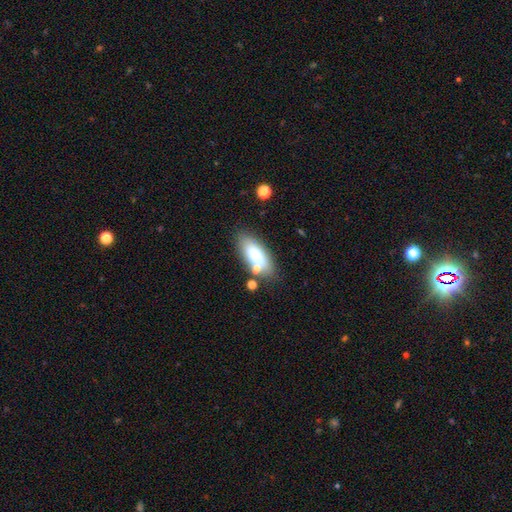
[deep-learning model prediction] Overall: smooth (77%). How rounded: in between (81%). Merging: none (68%).